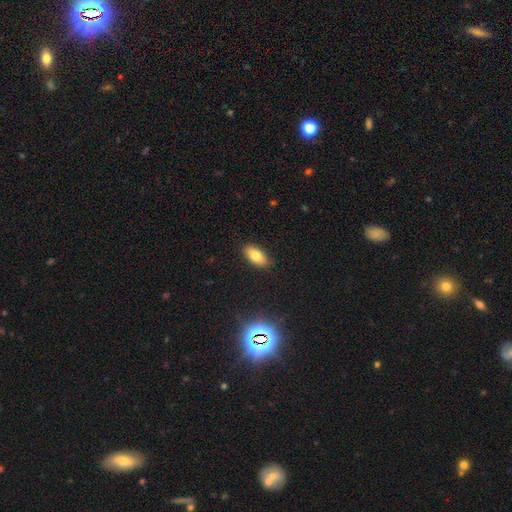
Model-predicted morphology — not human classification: Overall: smooth (78%). How rounded: in between (89%). Merging: none (87%).